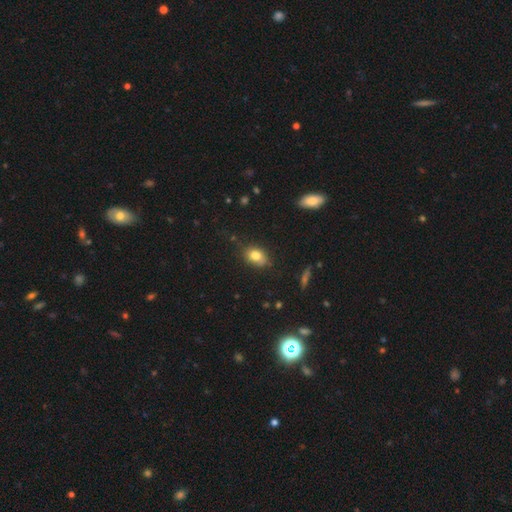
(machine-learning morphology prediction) Smooth or featured?
  - smooth: 80% *
  - featured or disk: 10%
  - star or artifact: 10%
How rounded?
  - in between: 73% *
  - round: 25%
  - cigar-shaped: 2%
Merging?
  - none: 72% *
  - minor disturbance: 21%
  - major disturbance: 4%
  - merger: 2%